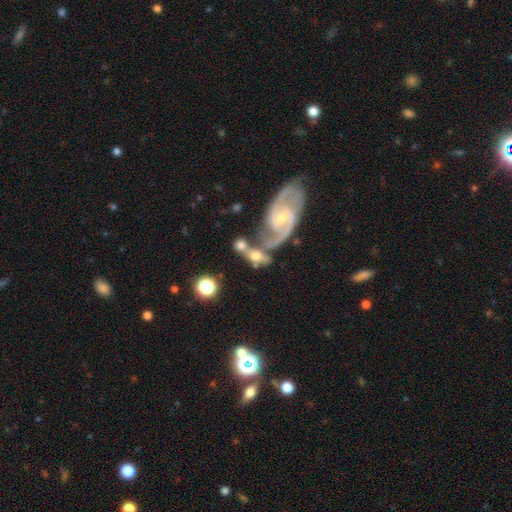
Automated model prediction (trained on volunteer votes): featured or disk 63%, smooth 29%, star or artifact 8%. Down the decision tree: edge-on disk — no (91%); bar — no (48%); spiral arms — yes (77%); bulge size — small (44%); merging — merger (57%).